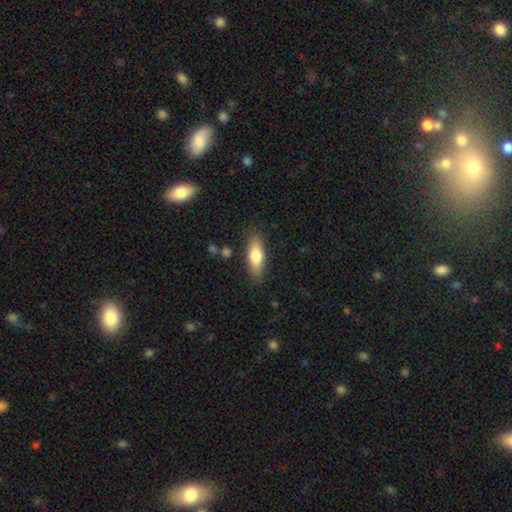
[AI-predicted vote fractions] smooth_or_featured: smooth (p=0.73) [alt: featured or disk p=0.21]
how_rounded: in between (p=0.64) [alt: cigar-shaped p=0.34]
merging: none (p=0.84) [alt: minor disturbance p=0.12]